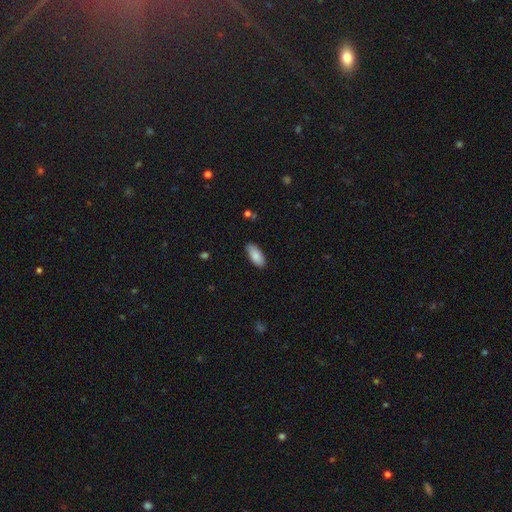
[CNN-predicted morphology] smooth 86%, featured or disk 8%, star or artifact 6%. Down the decision tree: how rounded — in between (87%); merging — none (84%).